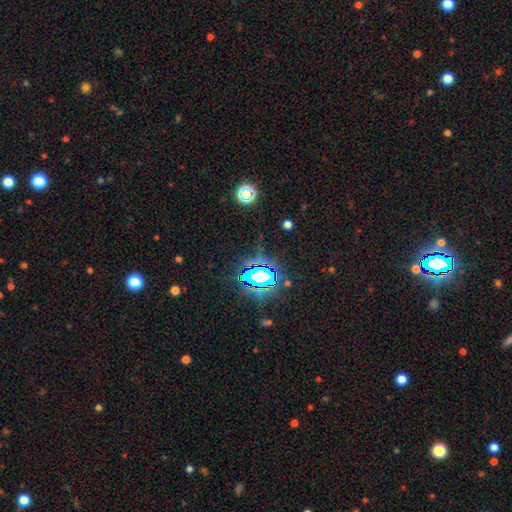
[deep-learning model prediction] Smooth or featured? Predicted: star or artifact (p=0.81).